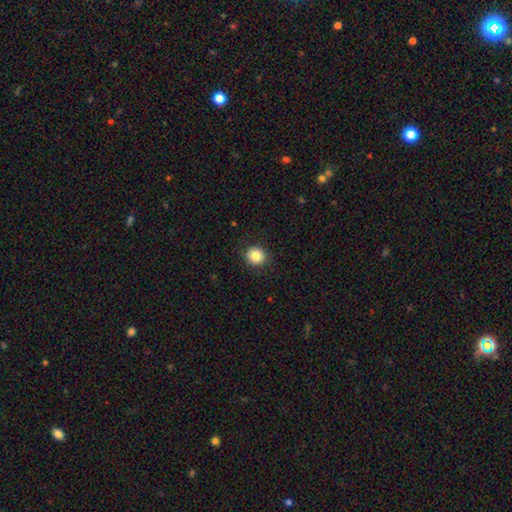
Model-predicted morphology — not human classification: smooth 84%, star or artifact 10%, featured or disk 6%. Down the decision tree: how rounded — round (87%); merging — none (89%).